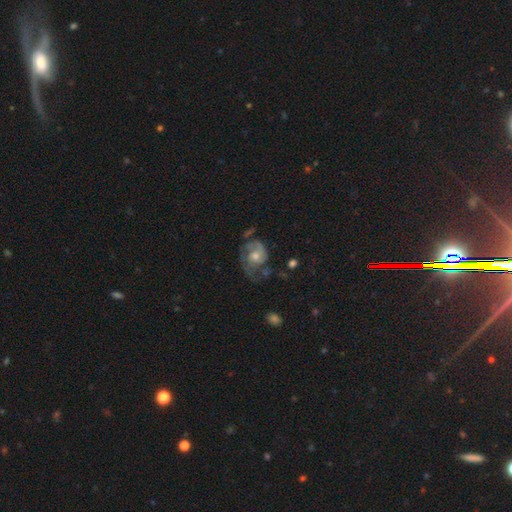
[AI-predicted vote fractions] A featured or disk galaxy (73%) with no bar (75%), 2 (52%) medium (41%) spiral arms (85%) and a moderate central bulge (57%). Merging: none (37%).